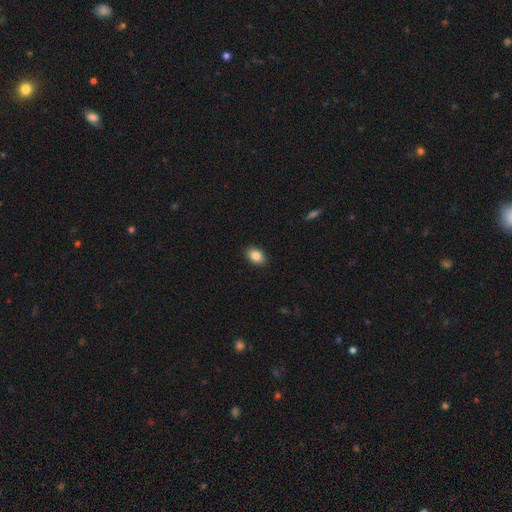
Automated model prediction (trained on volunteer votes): Smooth or featured? Predicted: smooth (p=0.87). How rounded? Predicted: in between (p=0.84). Merging? Predicted: none (p=0.90).